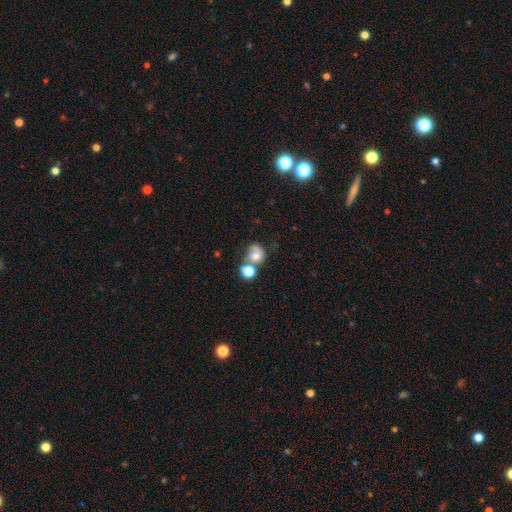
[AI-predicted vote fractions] Smooth or featured? smooth (62%)
How rounded? round (68%)
Merging? merger (40%)